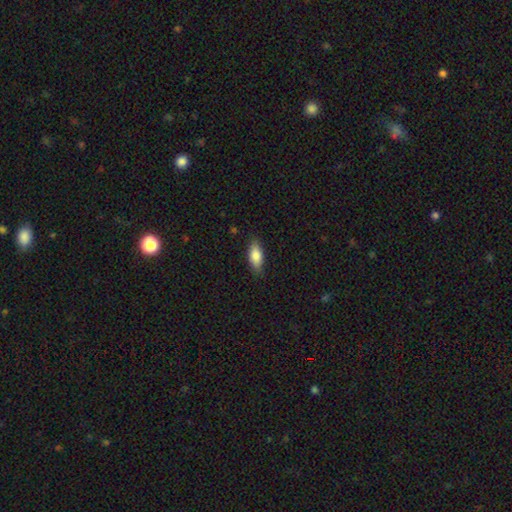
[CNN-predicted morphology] smooth 84%, featured or disk 9%, star or artifact 7%. Down the decision tree: how rounded — in between (83%); merging — none (83%).